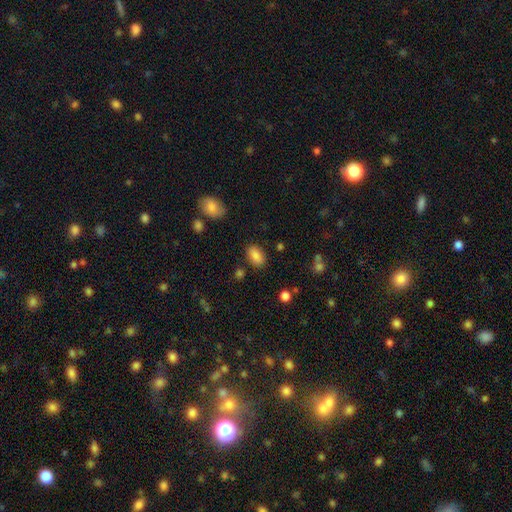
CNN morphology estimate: Smooth or featured? Predicted: smooth (p=0.85). How rounded? Predicted: in between (p=0.91). Merging? Predicted: none (p=0.84).